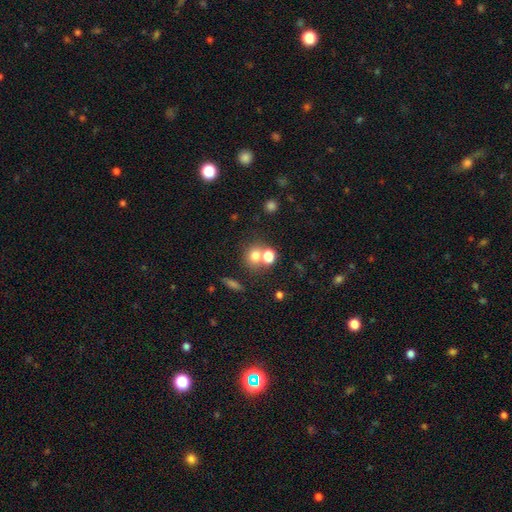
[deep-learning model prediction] Smooth or featured: smooth — 71% (star or artifact — 17%)
How rounded: round — 79% (in between — 20%)
Merging: none — 52% (merger — 35%)